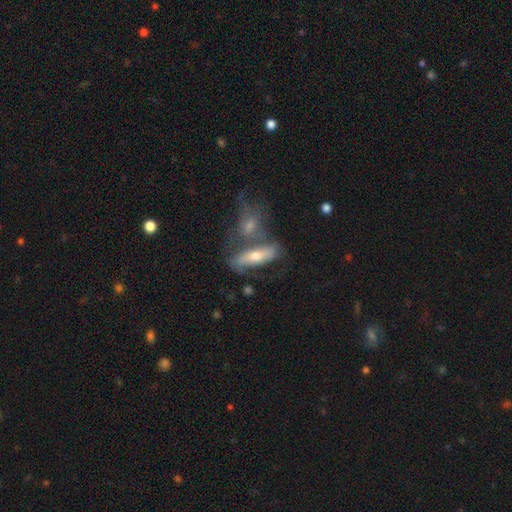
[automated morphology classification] Smooth or featured? Predicted: featured or disk (p=0.48). Merging? Predicted: none (p=0.41).